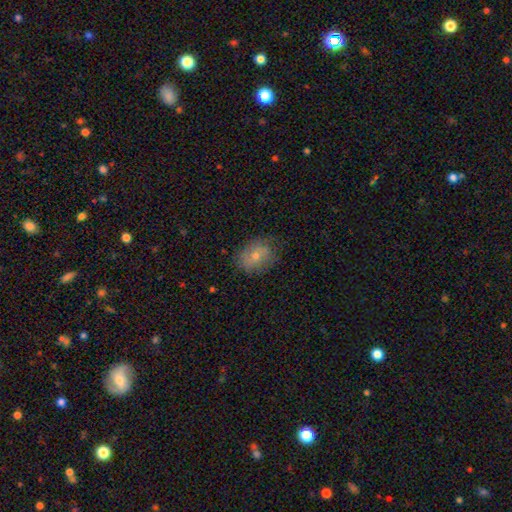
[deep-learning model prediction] Morphology: type=smooth (60%); roundness=in between (60%); merging=none (75%).